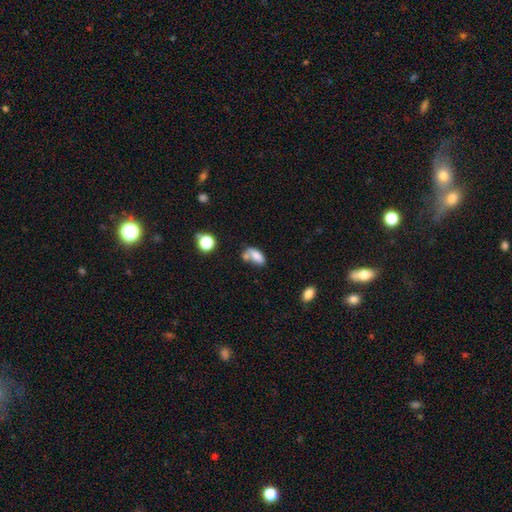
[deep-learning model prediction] Smooth or featured? smooth (74%)
How rounded? in between (83%)
Merging? none (35%, tied with merger)